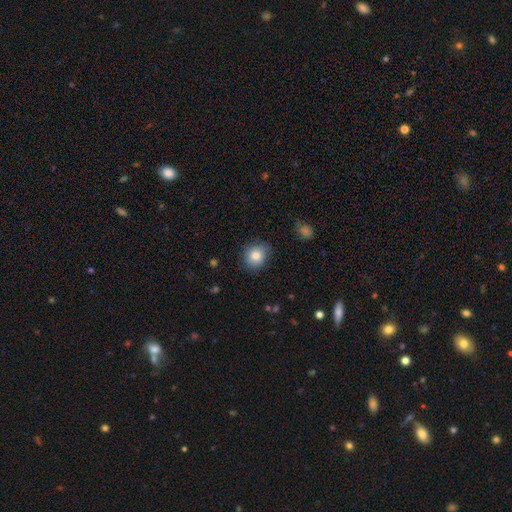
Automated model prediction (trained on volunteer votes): Overall: smooth (81%). How rounded: round (77%). Merging: none (80%).